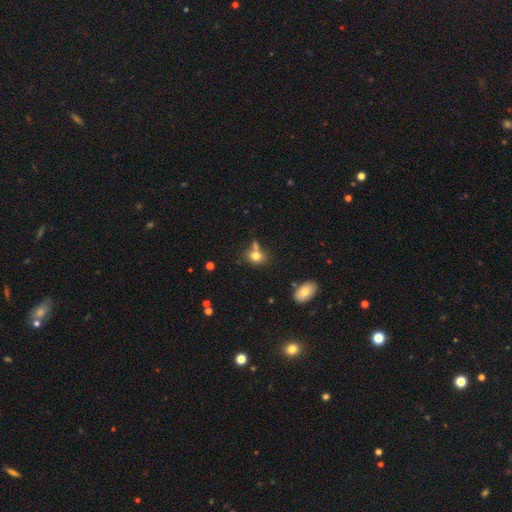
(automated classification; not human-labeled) This appears to be a smooth galaxy with no disk features (77%) that is round (52%). Merging: none (55%).